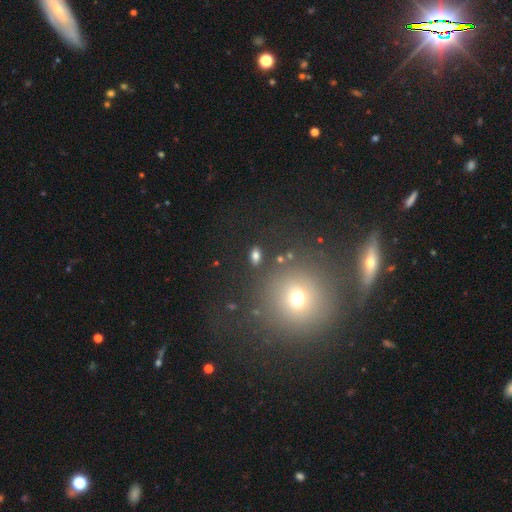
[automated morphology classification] smooth 77%, star or artifact 15%, featured or disk 9%. Down the decision tree: how rounded — in between (82%); merging — none (85%).